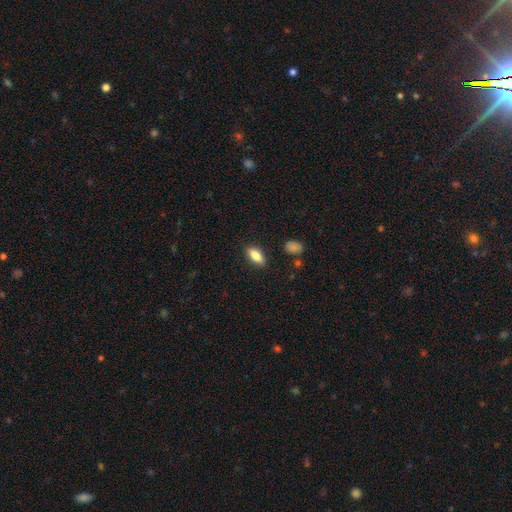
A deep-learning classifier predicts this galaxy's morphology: Q: Smooth or featured?
A: smooth (81%); runner-up: featured or disk (12%)
Q: How rounded?
A: in between (82%); runner-up: cigar-shaped (14%)
Q: Merging?
A: none (87%); runner-up: minor disturbance (9%)